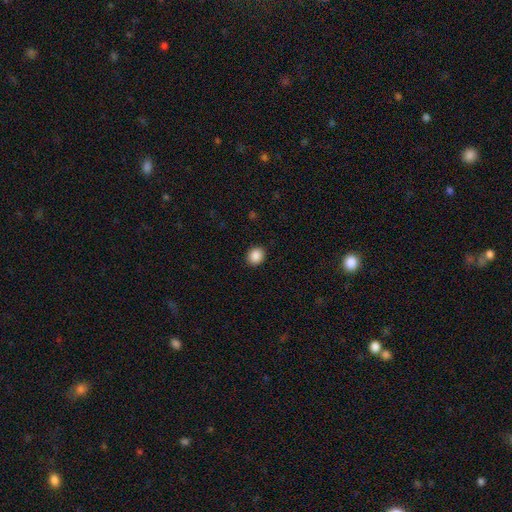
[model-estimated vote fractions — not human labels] Smooth or featured?
  - smooth: 89% *
  - star or artifact: 9%
  - featured or disk: 3%
How rounded?
  - round: 66% *
  - in between: 34%
  - cigar-shaped: 1%
Merging?
  - none: 91% *
  - minor disturbance: 6%
  - major disturbance: 2%
  - merger: 1%